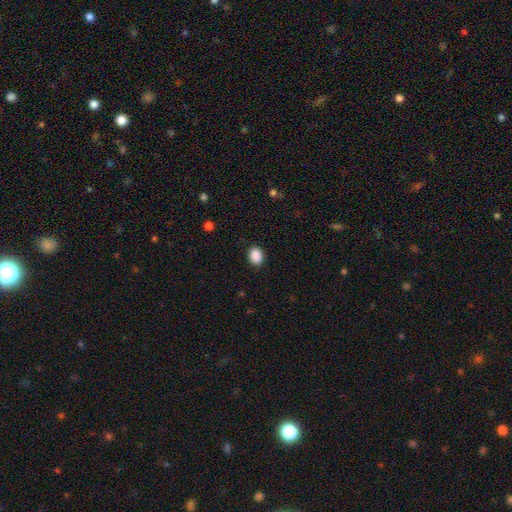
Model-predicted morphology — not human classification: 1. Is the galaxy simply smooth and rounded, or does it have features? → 90% smooth, 8% star or artifact, 2% featured or disk.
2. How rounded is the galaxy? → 64% in between, 35% round, 1% cigar-shaped.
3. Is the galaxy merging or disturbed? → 88% none, 9% minor disturbance, 2% major disturbance, 1% merger.